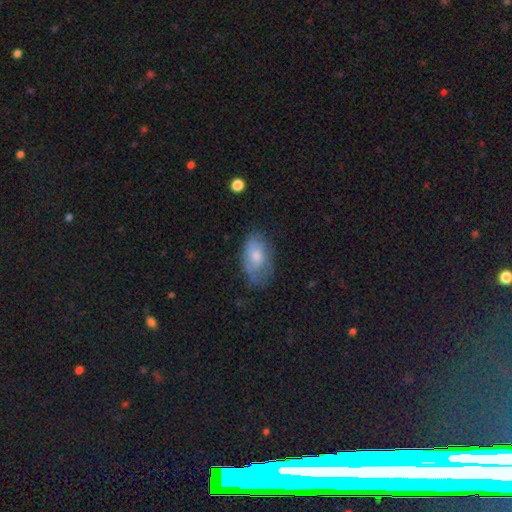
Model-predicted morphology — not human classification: smooth 55%, featured or disk 36%, star or artifact 9%. Down the decision tree: how rounded — in between (90%); merging — none (59%).